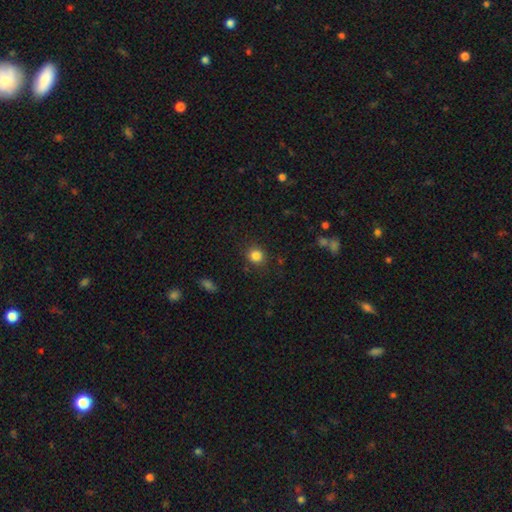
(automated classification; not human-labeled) This appears to be a smooth galaxy with no disk features (84%) that is round (81%). Merging: none (86%).